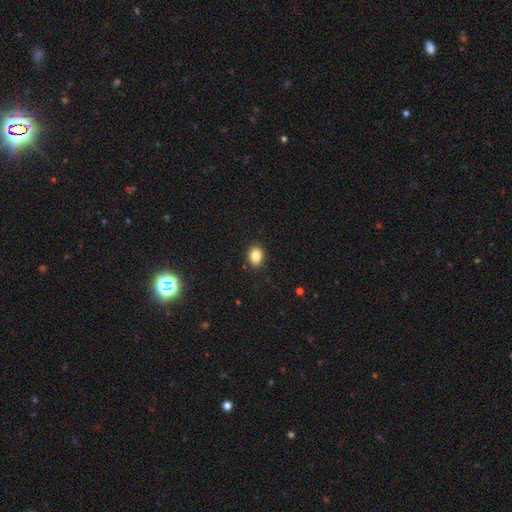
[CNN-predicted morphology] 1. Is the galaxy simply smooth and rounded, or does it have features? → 85% smooth, 9% star or artifact, 6% featured or disk.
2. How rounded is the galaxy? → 61% in between, 38% round, 1% cigar-shaped.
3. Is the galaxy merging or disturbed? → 88% none, 8% minor disturbance, 2% major disturbance, 1% merger.